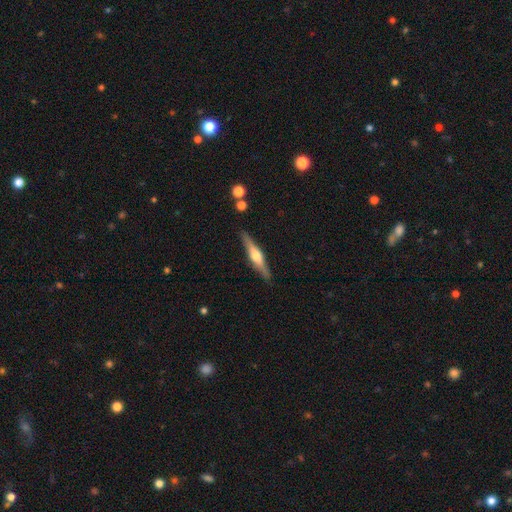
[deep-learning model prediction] smooth_or_featured: featured or disk (p=0.66) [alt: smooth p=0.29]
disk_edge_on: yes (p=0.96) [alt: no p=0.04]
edge_on_bulge: rounded (p=0.91) [alt: boxy p=0.06]
merging: none (p=0.89) [alt: minor disturbance p=0.08]